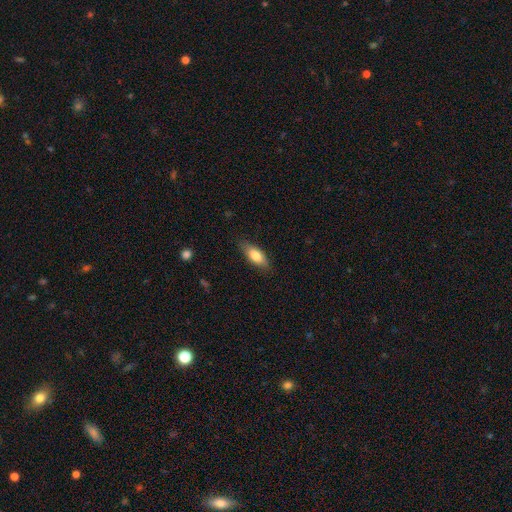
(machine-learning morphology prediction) Overall: smooth (79%). How rounded: in between (77%). Merging: none (82%).